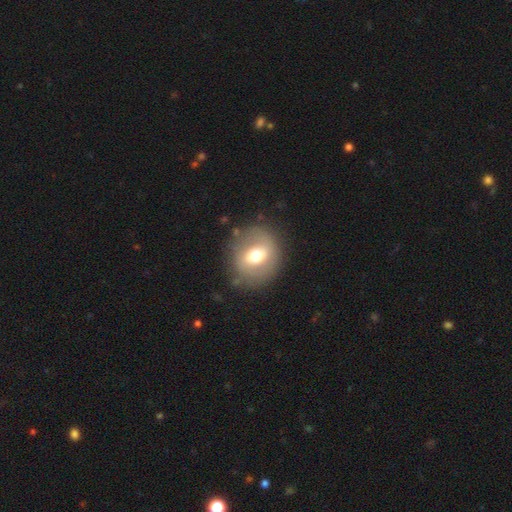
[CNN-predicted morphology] smooth_or_featured: smooth (p=0.53) [alt: featured or disk p=0.39]
how_rounded: round (p=0.74) [alt: in between p=0.25]
merging: none (p=0.79) [alt: minor disturbance p=0.13]